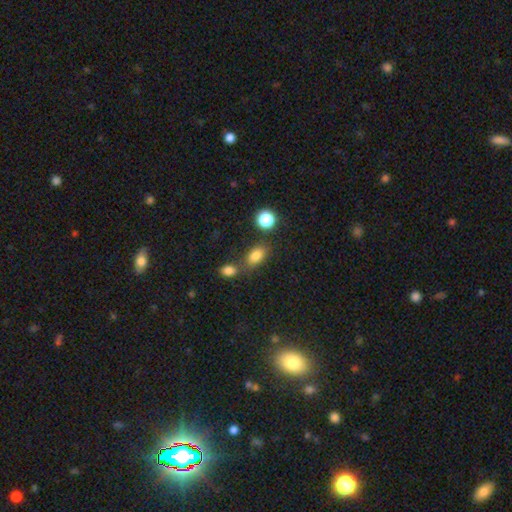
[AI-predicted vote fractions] Q: Smooth or featured?
A: smooth (81%); runner-up: star or artifact (12%)
Q: How rounded?
A: in between (83%); runner-up: round (15%)
Q: Merging?
A: none (58%); runner-up: merger (23%)